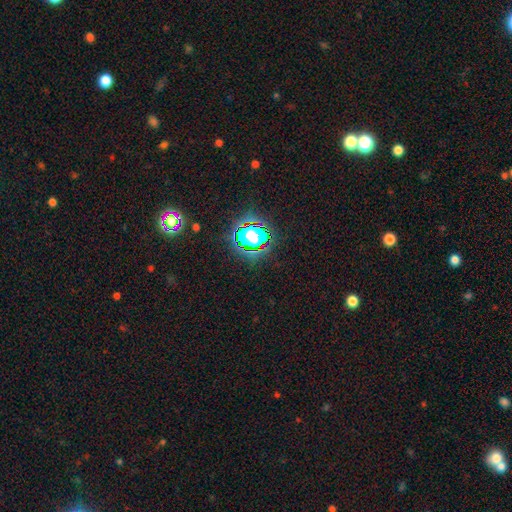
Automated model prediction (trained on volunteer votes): Smooth or featured? Predicted: star or artifact (p=0.82).